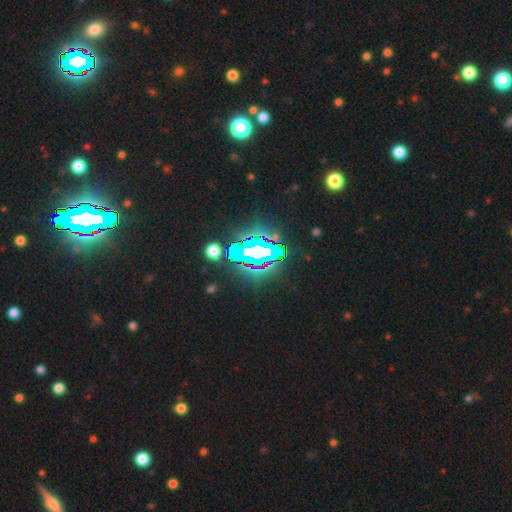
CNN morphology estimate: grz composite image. It shows a star or artifact, not a galaxy (72%).